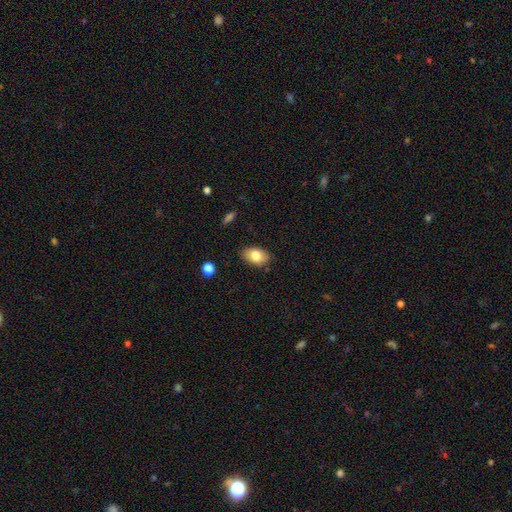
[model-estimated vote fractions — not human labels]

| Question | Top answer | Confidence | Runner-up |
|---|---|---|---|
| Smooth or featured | smooth | 80% | featured or disk (13%) |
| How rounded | in between | 89% | round (9%) |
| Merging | none | 83% | minor disturbance (13%) |